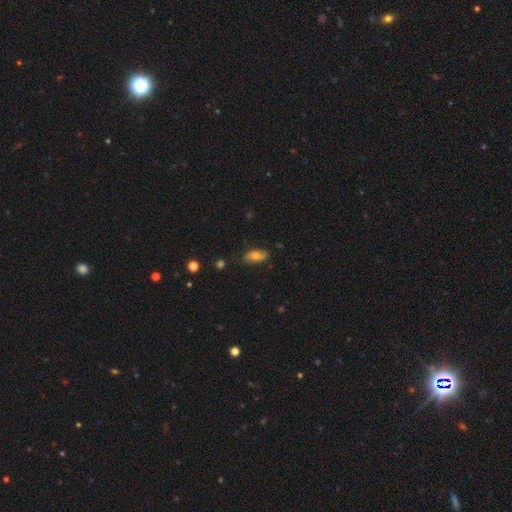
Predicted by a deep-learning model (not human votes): Q: Smooth or featured?
A: smooth (69%); runner-up: featured or disk (23%)
Q: How rounded?
A: in between (88%); runner-up: cigar-shaped (8%)
Q: Merging?
A: none (80%); runner-up: minor disturbance (16%)